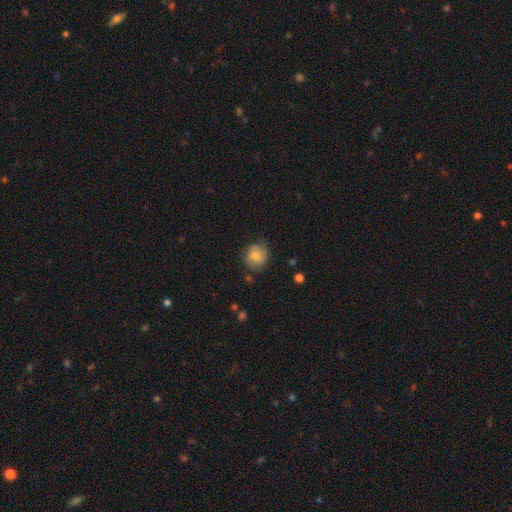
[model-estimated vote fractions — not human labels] Smooth or featured?
  - smooth: 49% *
  - featured or disk: 43%
  - star or artifact: 8%
Merging?
  - none: 73% *
  - minor disturbance: 19%
  - major disturbance: 6%
  - merger: 2%